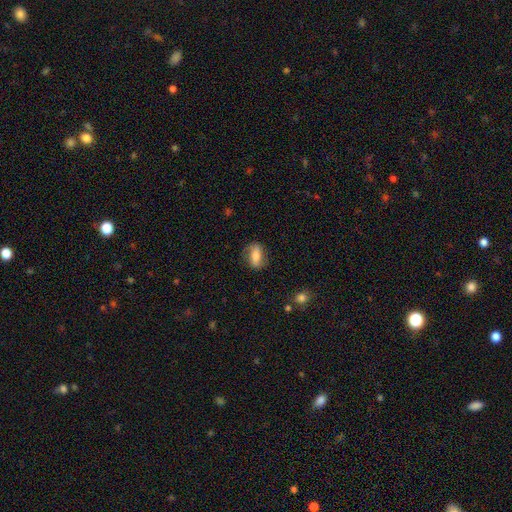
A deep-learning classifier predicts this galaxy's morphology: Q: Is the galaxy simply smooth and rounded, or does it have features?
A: smooth — 55%.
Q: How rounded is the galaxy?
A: in between — 75%.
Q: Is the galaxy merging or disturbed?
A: none — 78%.